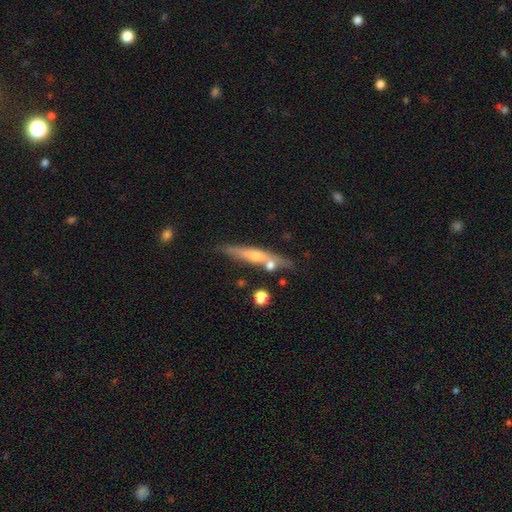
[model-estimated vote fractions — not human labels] Smooth or featured? featured or disk (61%)
Edge-on disk? yes (91%)
Edge-on bulge? rounded (74%)
Merging? none (74%)